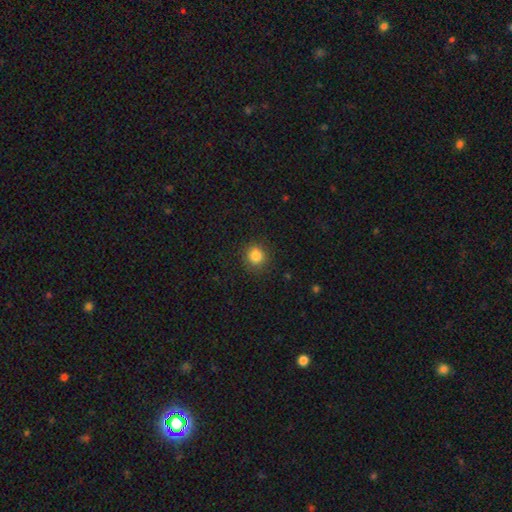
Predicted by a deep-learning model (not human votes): Morphology: type=smooth (84%); roundness=round (90%); merging=none (88%).